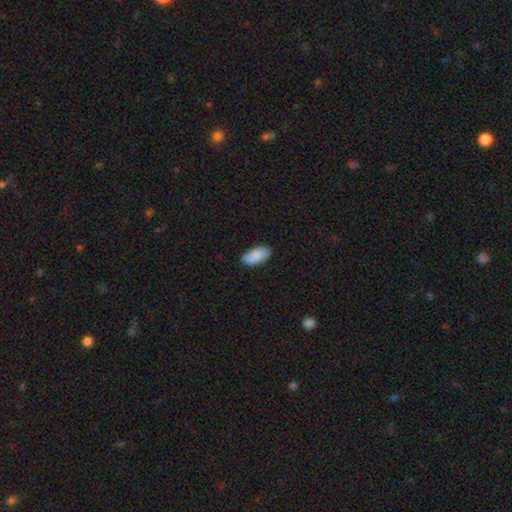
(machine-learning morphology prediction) smooth-or-featured: smooth: 86% | featured or disk: 8% | star or artifact: 6%
  how-rounded: in between: 92% | cigar-shaped: 6% | round: 2%
  merging: none: 84% | minor disturbance: 12% | major disturbance: 2% | merger: 1%